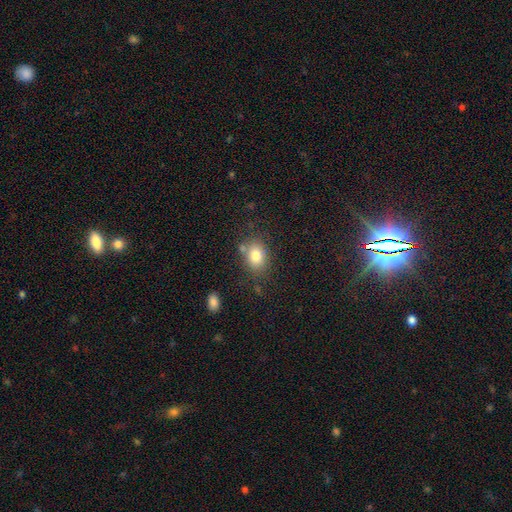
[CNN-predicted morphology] A smooth galaxy with no disk features (80%) that is in between round and cigar-shaped (64%). Merging: none (72%).